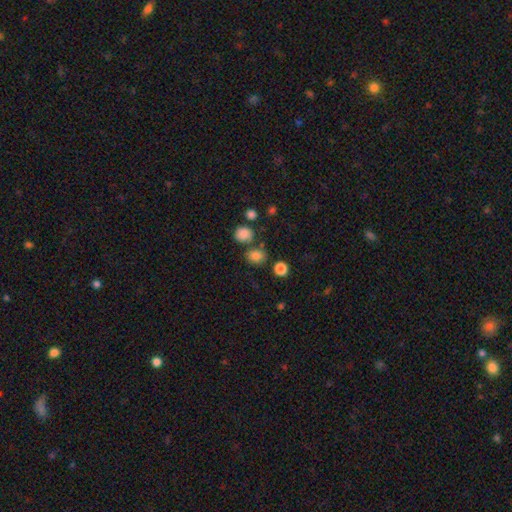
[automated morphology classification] A smooth galaxy with no disk features (81%) that is round (62%).

Vote fractions:
- Smooth or featured? smooth: 81% / star or artifact: 14% / featured or disk: 6%
- How rounded? round: 62% / in between: 37% / cigar-shaped: 1%
- Merging? none: 71% / merger: 14% / minor disturbance: 12% / major disturbance: 4%